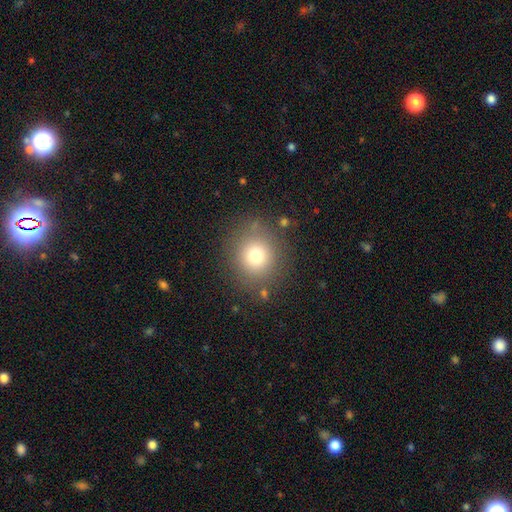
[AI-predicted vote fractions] Morphology: type=smooth (74%); roundness=round (87%); merging=none (83%).